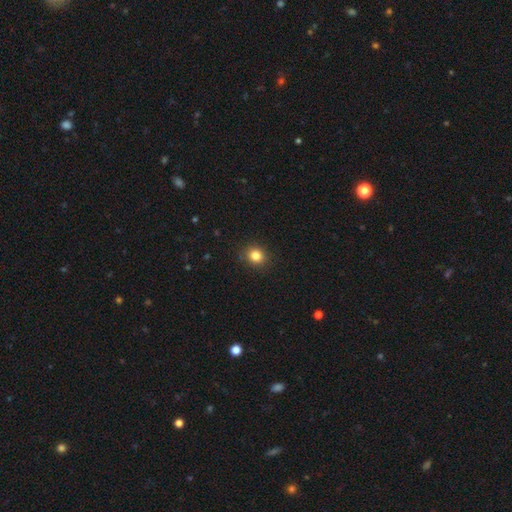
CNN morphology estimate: smooth 83%, star or artifact 12%, featured or disk 5%. Down the decision tree: how rounded — round (79%); merging — none (90%).